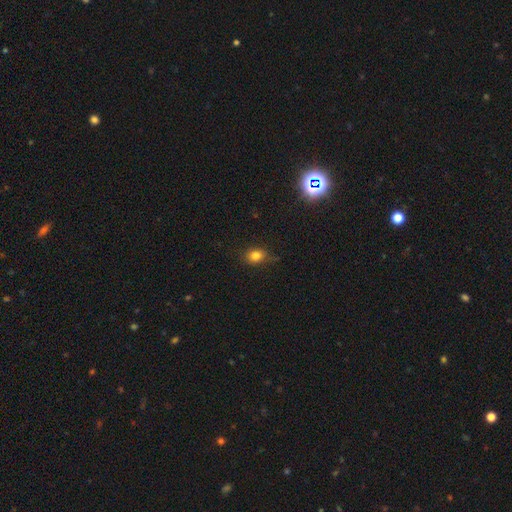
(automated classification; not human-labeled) A smooth galaxy with no disk features (81%) that is in between round and cigar-shaped (52%). Merging: none (76%).